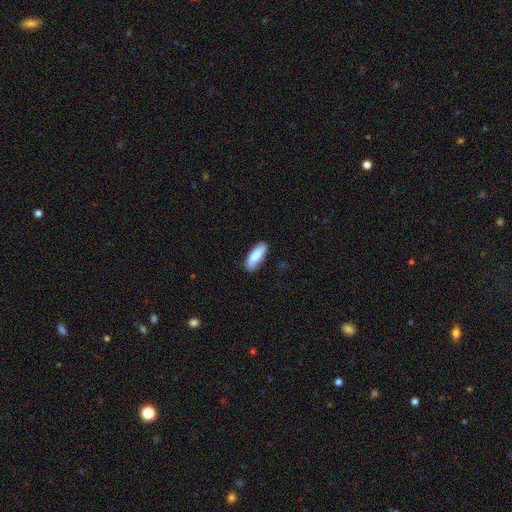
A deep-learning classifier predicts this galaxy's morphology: smooth_or_featured: smooth (p=0.82) [alt: featured or disk p=0.12]
how_rounded: in between (p=0.70) [alt: cigar-shaped p=0.29]
merging: none (p=0.85) [alt: minor disturbance p=0.12]